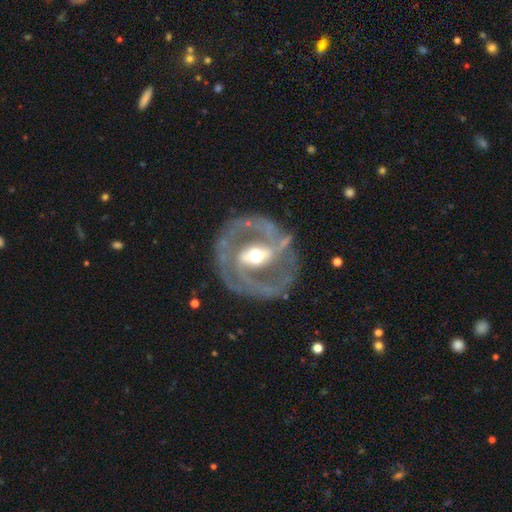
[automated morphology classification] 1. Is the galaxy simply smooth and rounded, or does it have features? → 87% featured or disk, 8% smooth, 5% star or artifact.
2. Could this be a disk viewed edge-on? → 96% no, 4% yes.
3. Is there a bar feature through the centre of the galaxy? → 56% strong, 30% weak, 14% no.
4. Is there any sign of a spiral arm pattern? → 87% yes, 13% no.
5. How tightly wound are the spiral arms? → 48% medium, 38% tight, 14% loose.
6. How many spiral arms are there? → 86% 2, 6% can't tell, 3% 3, 2% 1, 1% 4, 1% more than 4.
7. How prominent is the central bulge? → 68% moderate, 15% large, 15% small, 1% dominant, 1% none.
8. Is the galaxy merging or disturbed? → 76% none, 13% minor disturbance, 8% major disturbance, 2% merger.